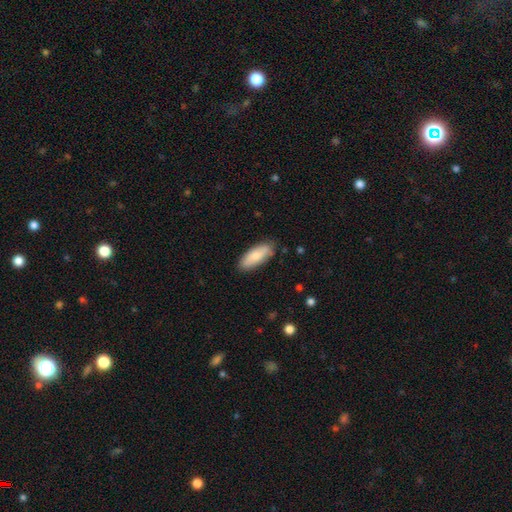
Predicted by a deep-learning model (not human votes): Smooth or featured? Predicted: smooth (p=0.78). How rounded? Predicted: in between (p=0.77). Merging? Predicted: none (p=0.83).